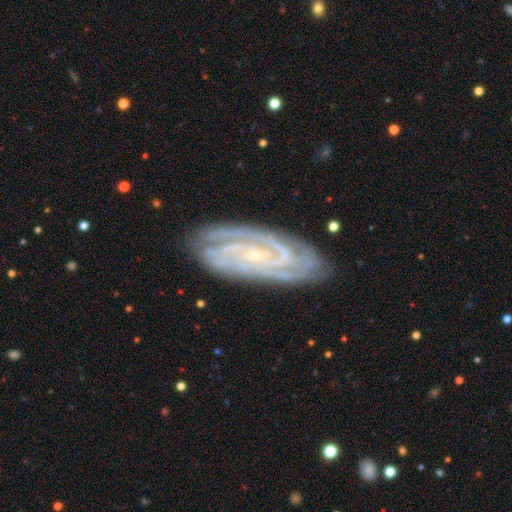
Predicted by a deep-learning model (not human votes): Smooth or featured: featured or disk — 90% (star or artifact — 6%)
Edge-on disk: no — 94% (yes — 6%)
Bar: no — 54% (weak — 30%)
Spiral arms: yes — 98% (no — 2%)
Spiral winding: tight — 75% (medium — 22%)
Spiral arm count: 3 — 27% (2 — 21%)
Bulge size: small — 85% (moderate — 11%)
Merging: none — 83% (minor disturbance — 13%)